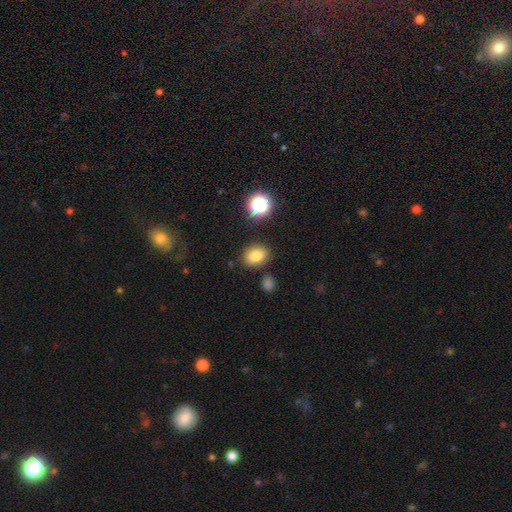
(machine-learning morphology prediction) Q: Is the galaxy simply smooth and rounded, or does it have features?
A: smooth — 80%.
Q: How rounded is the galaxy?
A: in between — 62%.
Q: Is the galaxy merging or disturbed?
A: none — 83%.